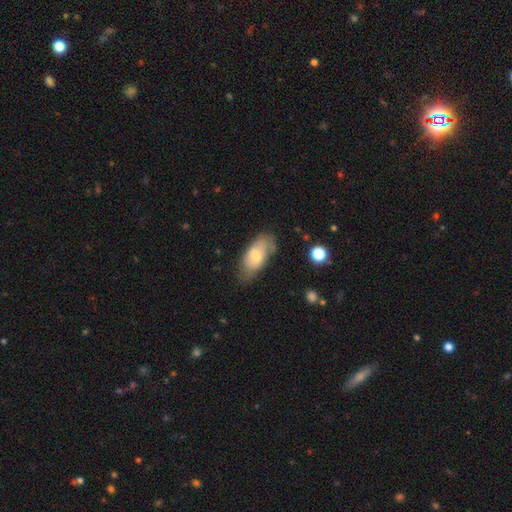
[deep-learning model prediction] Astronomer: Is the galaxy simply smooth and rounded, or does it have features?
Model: smooth — 66%.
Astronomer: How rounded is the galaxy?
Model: in between — 90%.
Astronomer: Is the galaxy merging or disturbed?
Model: none — 58%.